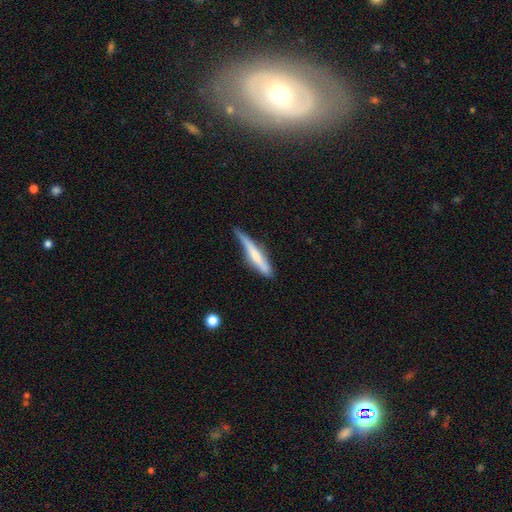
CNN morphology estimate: A smooth galaxy with no disk features (57%) that is cigar-shaped (90%). Merging: none (49%).